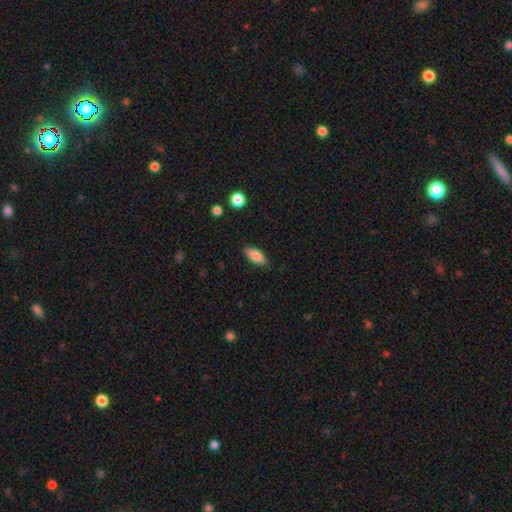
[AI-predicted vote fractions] Smooth or featured: smooth — 83% (featured or disk — 10%)
How rounded: in between — 81% (cigar-shaped — 17%)
Merging: none — 85% (minor disturbance — 11%)